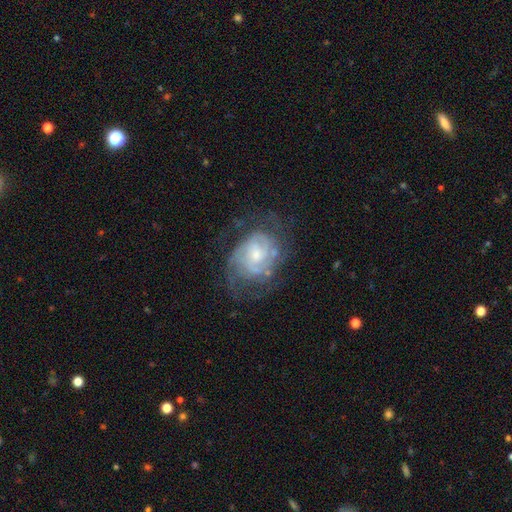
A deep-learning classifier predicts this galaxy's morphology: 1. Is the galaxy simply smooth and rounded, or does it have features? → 81% featured or disk, 13% smooth, 6% star or artifact.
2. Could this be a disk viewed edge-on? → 97% no, 3% yes.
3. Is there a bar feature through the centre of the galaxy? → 63% no, 32% weak, 5% strong.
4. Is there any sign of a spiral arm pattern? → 90% yes, 10% no.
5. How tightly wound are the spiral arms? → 51% tight, 37% medium, 12% loose.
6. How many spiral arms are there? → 35% 2 (tied), 35% can't tell (tied), 15% 3, 6% 4, 5% 1, 4% more than 4.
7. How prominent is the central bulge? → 49% small, 41% moderate, 5% large, 4% none, 1% dominant.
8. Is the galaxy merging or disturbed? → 53% none, 23% minor disturbance, 22% major disturbance, 2% merger.